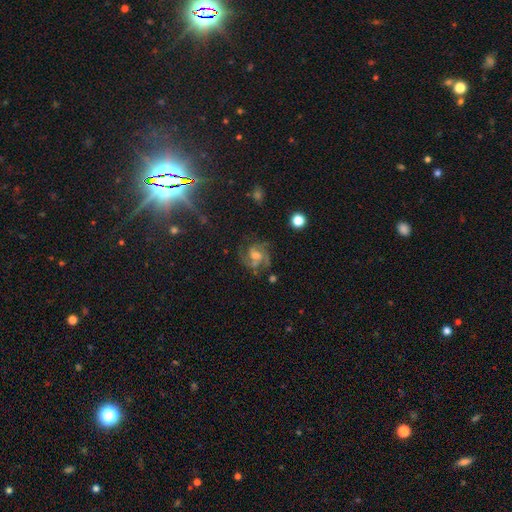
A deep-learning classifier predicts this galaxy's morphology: smooth_or_featured: featured or disk (p=0.77) [alt: star or artifact p=0.12]
disk_edge_on: no (p=0.98) [alt: yes p=0.02]
bar: no (p=0.49) [alt: weak p=0.42]
has_spiral_arms: yes (p=0.95) [alt: no p=0.05]
spiral_winding: medium (p=0.54) [alt: tight p=0.31]
spiral_arm_count: 3 (p=0.45) [alt: 2 p=0.18]
bulge_size: moderate (p=0.50) [alt: small p=0.28]
merging: none (p=0.69) [alt: minor disturbance p=0.16]